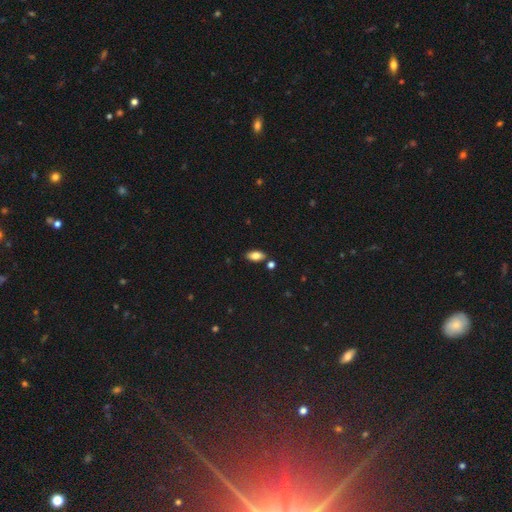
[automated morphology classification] Smooth or featured?
  - smooth: 82% *
  - featured or disk: 9%
  - star or artifact: 8%
How rounded?
  - in between: 91% *
  - cigar-shaped: 6%
  - round: 3%
Merging?
  - none: 82% *
  - minor disturbance: 10%
  - merger: 5%
  - major disturbance: 2%